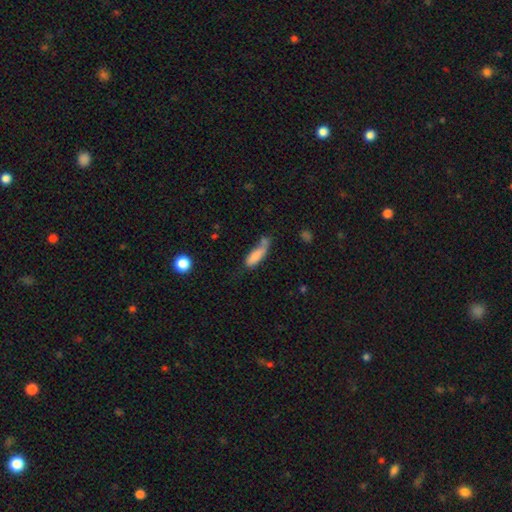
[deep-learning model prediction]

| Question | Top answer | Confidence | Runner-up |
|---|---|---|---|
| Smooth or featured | smooth | 80% | featured or disk (12%) |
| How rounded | in between | 53% | cigar-shaped (44%) |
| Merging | none | 38% | merger (24%) |